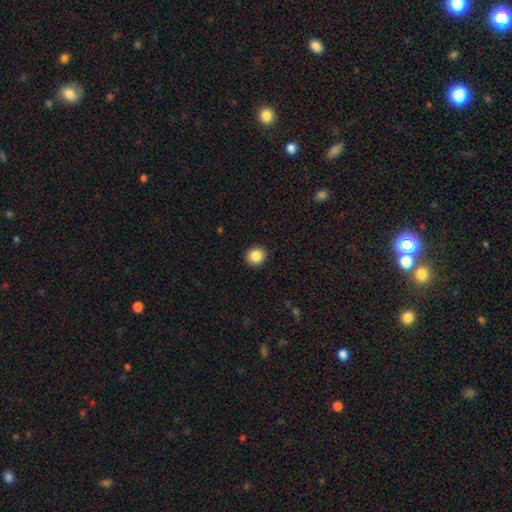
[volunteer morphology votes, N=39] Volunteers were most divided on "smooth or featured": smooth: 79%, featured or disk: 13%, star or artifact: 8%. More confident: how rounded — round (97%); merging — none (89%).